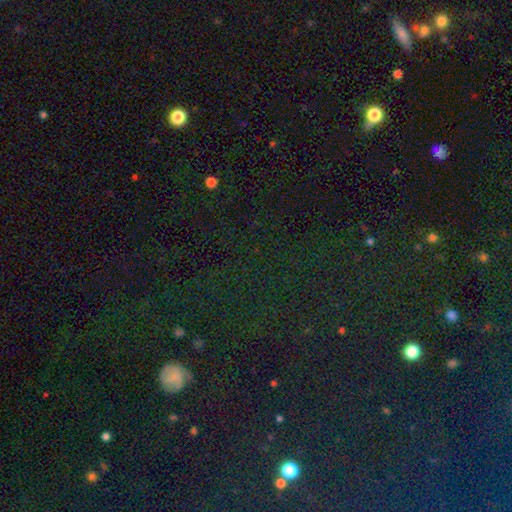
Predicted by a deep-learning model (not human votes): This appears to be a star or artifact, not a galaxy (76%).